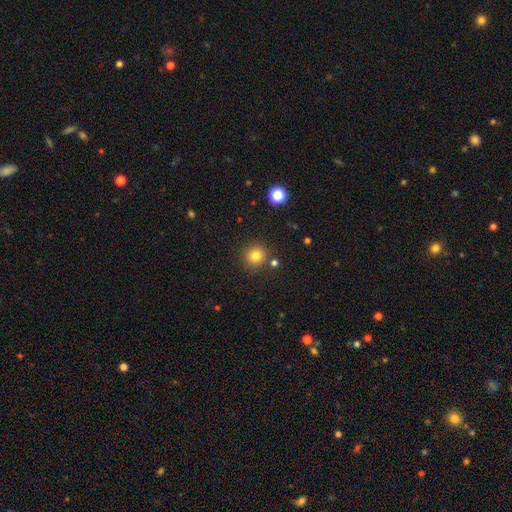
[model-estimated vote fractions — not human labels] smooth 80%, star or artifact 13%, featured or disk 6%. Down the decision tree: how rounded — round (94%); merging — none (85%).